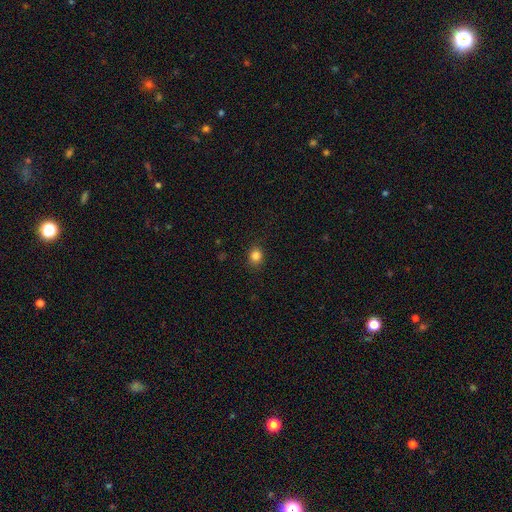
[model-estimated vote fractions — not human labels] The model was most divided on "how rounded": round: 73%, in between: 27%, cigar-shaped: 1%. More confident: merging — none (88%); smooth or featured — smooth (84%).